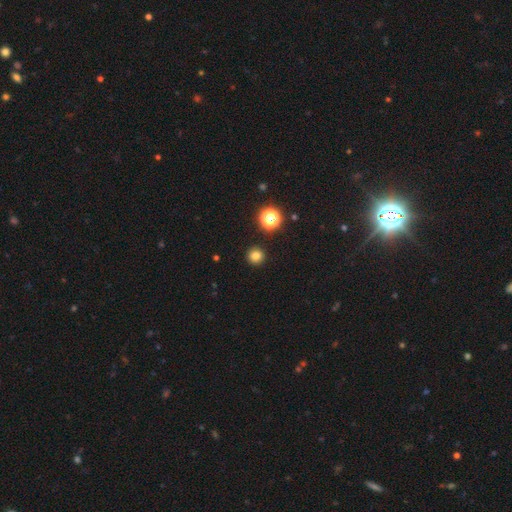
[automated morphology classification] Smooth or featured? smooth (79%)
How rounded? round (94%)
Merging? none (92%)